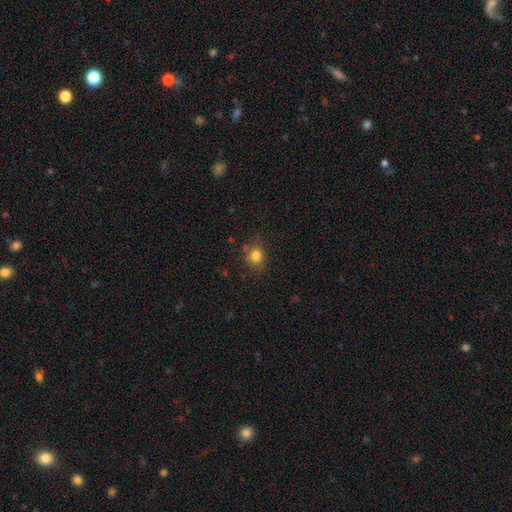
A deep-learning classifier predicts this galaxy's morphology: This is clearly a smooth galaxy (81%). How rounded: likely round (67%). Merging: likely none (76%).